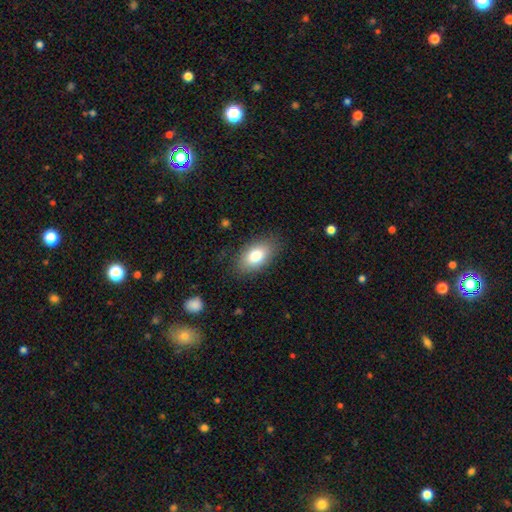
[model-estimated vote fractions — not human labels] Smooth or featured? smooth (81%)
How rounded? in between (92%)
Merging? none (83%)